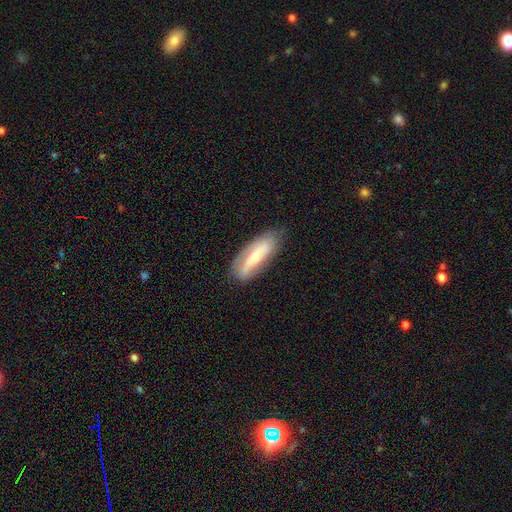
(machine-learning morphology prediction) Smooth or featured? featured or disk (54%)
Edge-on disk? no (77%)
Merging? none (70%)